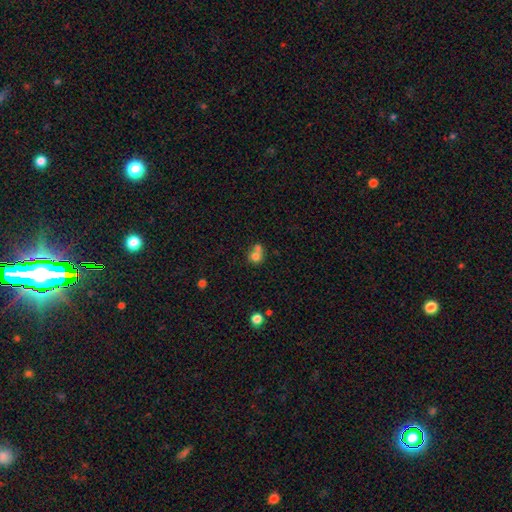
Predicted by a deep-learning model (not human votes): Smooth or featured: smooth — 74% (featured or disk — 14%)
How rounded: round — 73% (in between — 26%)
Merging: merger — 54% (none — 31%)